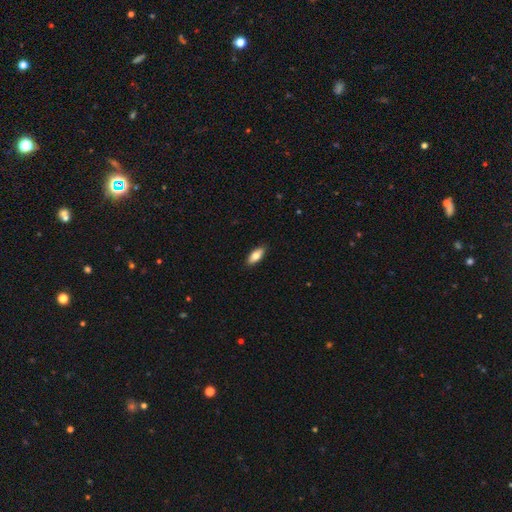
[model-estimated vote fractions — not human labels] Smooth or featured? smooth (76%)
How rounded? in between (81%)
Merging? none (89%)